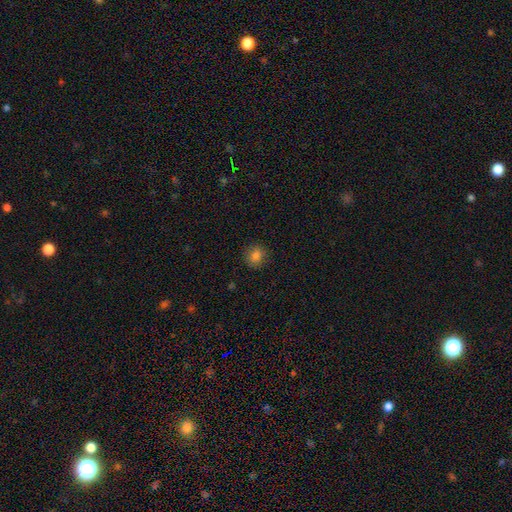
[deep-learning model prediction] A smooth galaxy with no disk features (82%) that is round (77%). Merging: none (87%).